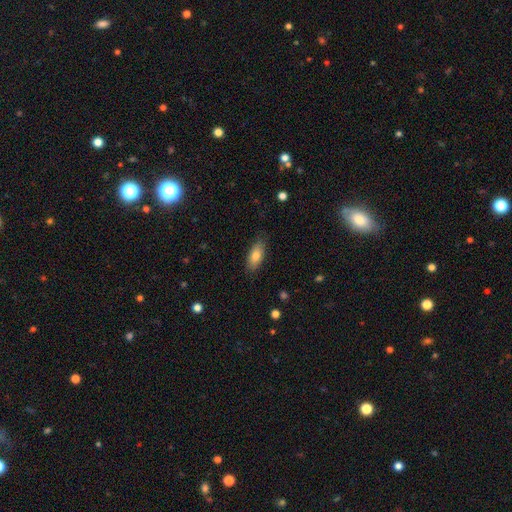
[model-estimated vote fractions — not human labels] Overall: smooth (79%). How rounded: in between (84%). Merging: none (83%).